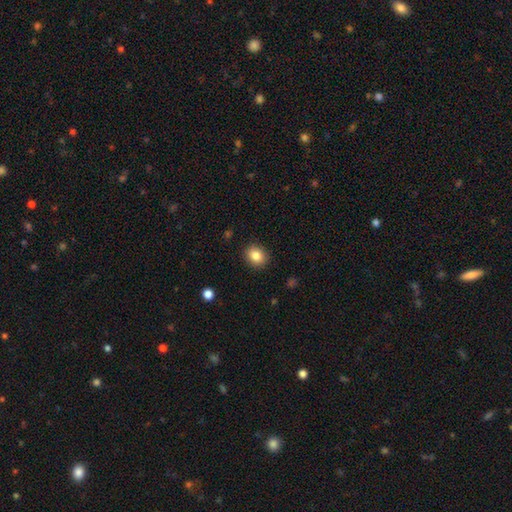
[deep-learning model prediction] Smooth or featured: smooth — 85% (star or artifact — 9%)
How rounded: round — 62% (in between — 37%)
Merging: none — 89% (minor disturbance — 8%)